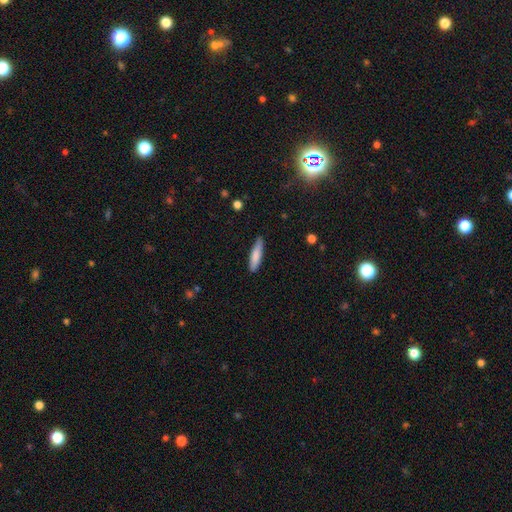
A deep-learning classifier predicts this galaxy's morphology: smooth-or-featured: smooth: 81% | featured or disk: 13% | star or artifact: 6%
  how-rounded: cigar-shaped: 76% | in between: 23% | round: 1%
  merging: none: 84% | minor disturbance: 12% | major disturbance: 2% | merger: 1%